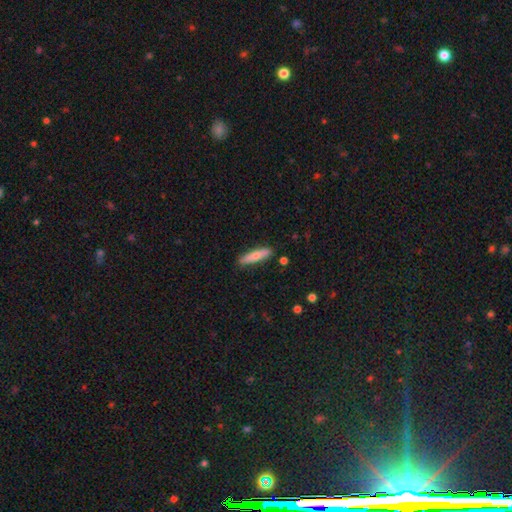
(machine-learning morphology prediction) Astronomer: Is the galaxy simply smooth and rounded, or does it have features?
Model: smooth — 71%.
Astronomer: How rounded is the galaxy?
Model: cigar-shaped — 80%.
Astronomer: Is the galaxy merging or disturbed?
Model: none — 85%.